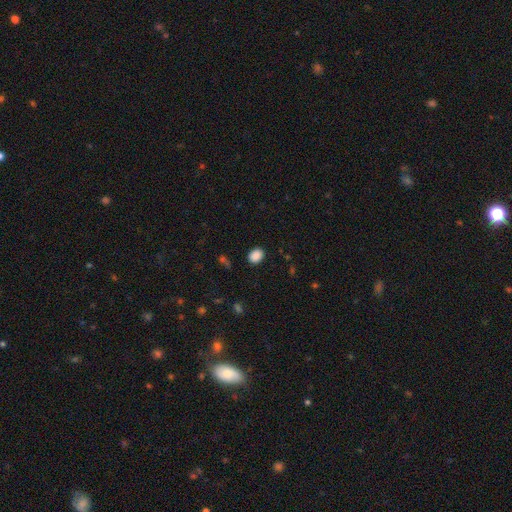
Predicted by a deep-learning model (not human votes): Smooth or featured? Predicted: smooth (p=0.88). How rounded? Predicted: in between (p=0.61). Merging? Predicted: none (p=0.87).